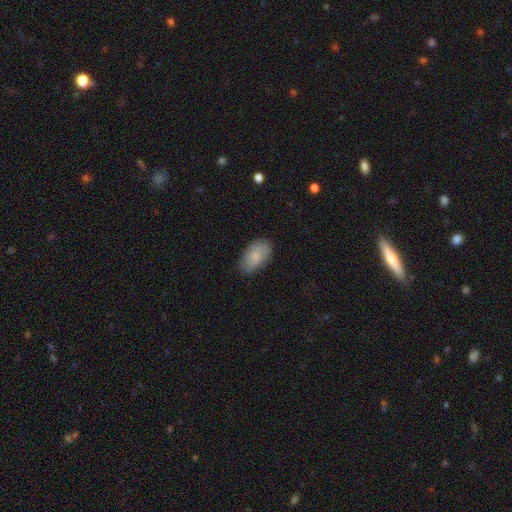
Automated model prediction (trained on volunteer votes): This appears to be a smooth galaxy with no disk features (83%) that is in between round and cigar-shaped (94%). Merging: none (81%).